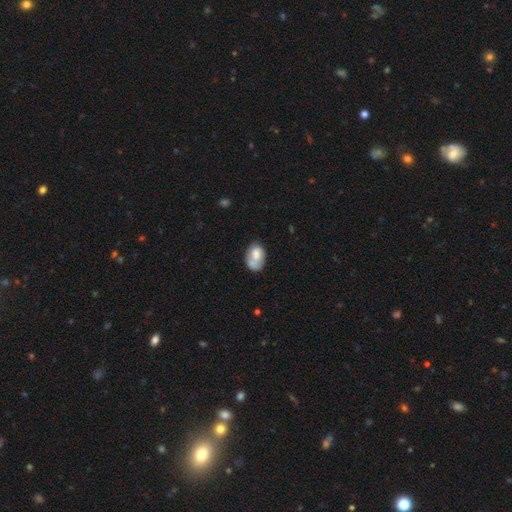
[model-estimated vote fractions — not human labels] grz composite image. It shows a smooth galaxy with no disk features (67%) that is in between round and cigar-shaped (82%). Merging: none (39%).